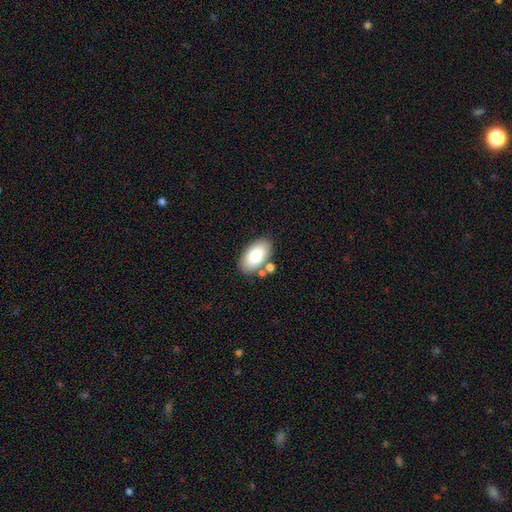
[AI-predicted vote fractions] Overall: smooth (80%). How rounded: in between (95%). Merging: none (77%).